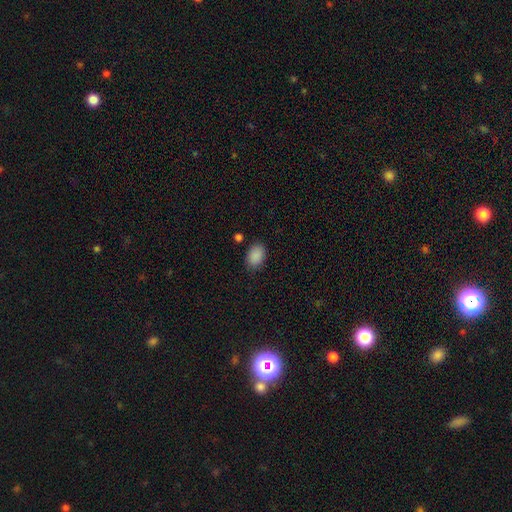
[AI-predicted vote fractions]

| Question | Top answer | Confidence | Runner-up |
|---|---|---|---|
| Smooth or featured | smooth | 89% | star or artifact (8%) |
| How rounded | in between | 79% | round (20%) |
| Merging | none | 82% | minor disturbance (12%) |